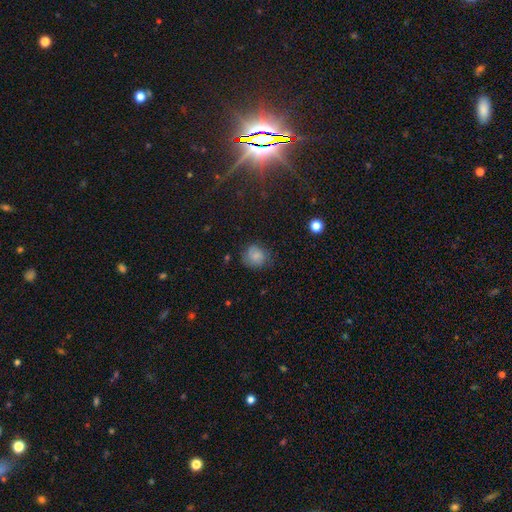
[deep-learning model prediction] Overall: smooth (79%). How rounded: round (80%). Merging: none (70%).